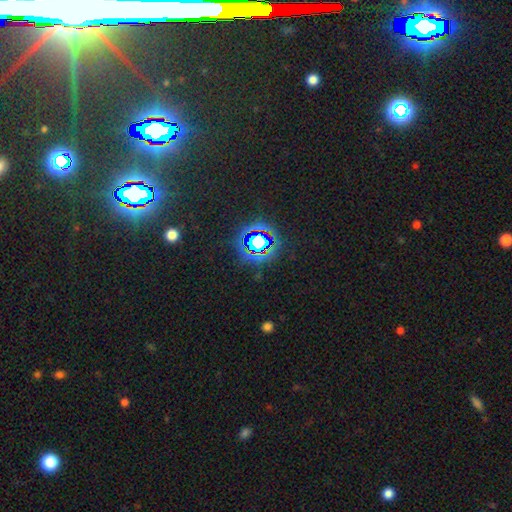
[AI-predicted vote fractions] The model was most divided on "smooth or featured": star or artifact: 81%, smooth: 11%, featured or disk: 8%.